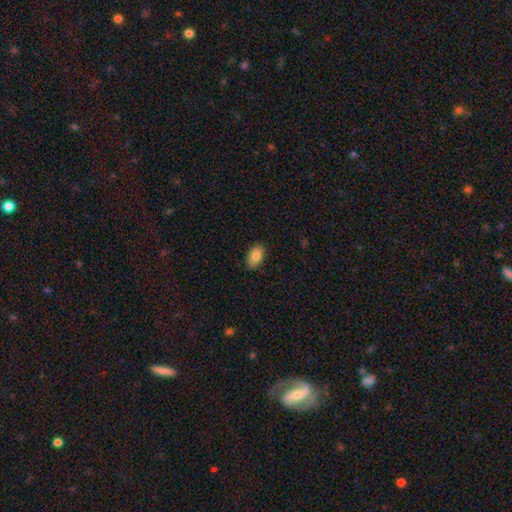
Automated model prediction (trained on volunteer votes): Morphology: type=smooth (86%); roundness=in between (91%); merging=none (86%).